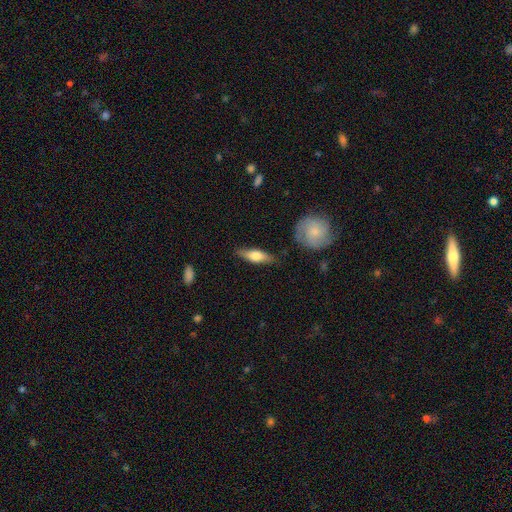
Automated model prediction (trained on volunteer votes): Overall: smooth (59%; featured or disk 35%). How rounded: cigar-shaped (49%; in between 48%). Merging: none (82%).